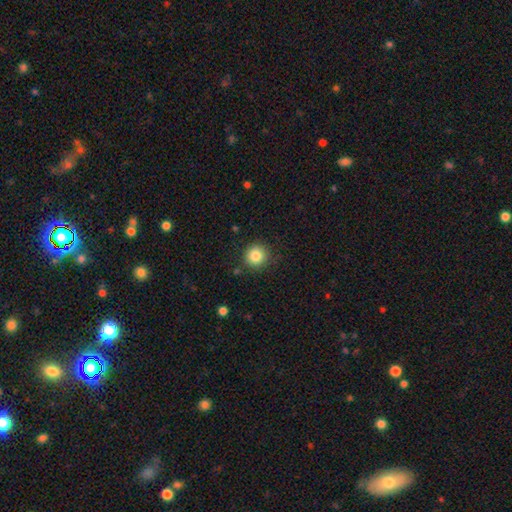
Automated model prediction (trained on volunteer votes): This appears to be a smooth galaxy with no disk features (85%) that is round (92%). Merging: none (87%).